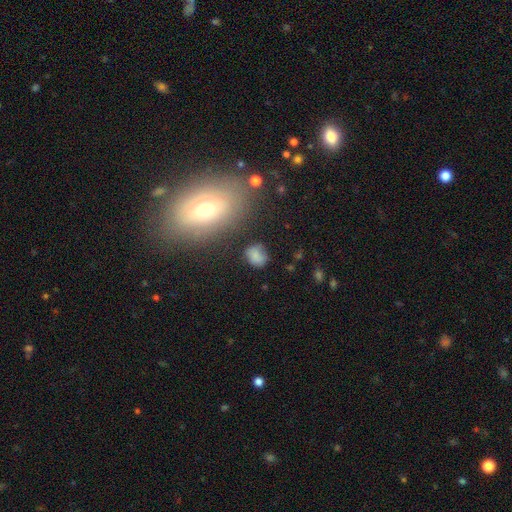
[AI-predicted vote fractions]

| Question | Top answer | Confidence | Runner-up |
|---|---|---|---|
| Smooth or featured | smooth | 74% | star or artifact (13%) |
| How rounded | round | 60% | in between (38%) |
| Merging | none | 63% | minor disturbance (21%) |